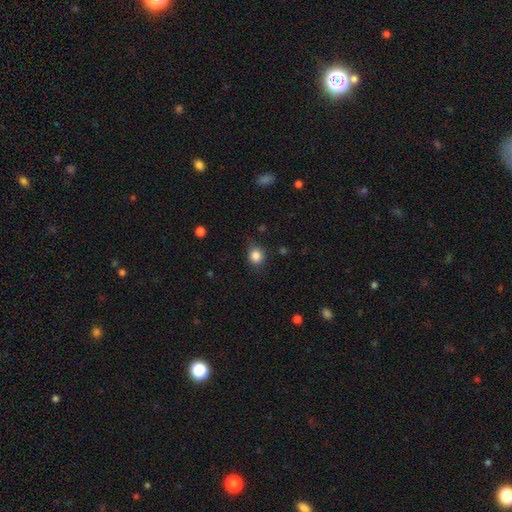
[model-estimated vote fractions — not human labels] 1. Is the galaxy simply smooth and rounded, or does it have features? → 84% smooth, 11% star or artifact, 5% featured or disk.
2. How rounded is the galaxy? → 78% round, 21% in between, 1% cigar-shaped.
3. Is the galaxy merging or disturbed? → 75% none, 19% minor disturbance, 5% major disturbance, 2% merger.